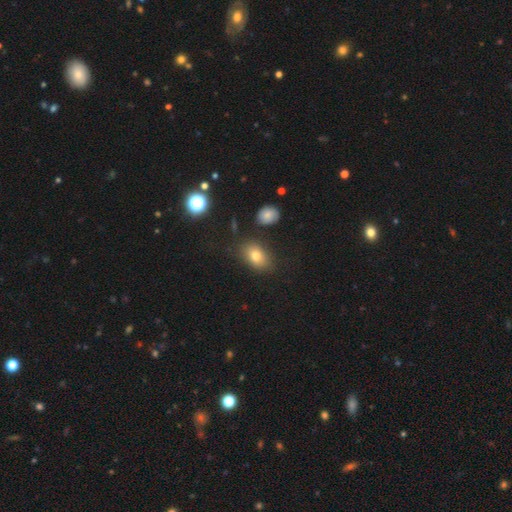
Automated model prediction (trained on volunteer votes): This is likely a smooth galaxy (76%). How rounded: likely in between (78%). Merging: likely none (79%).